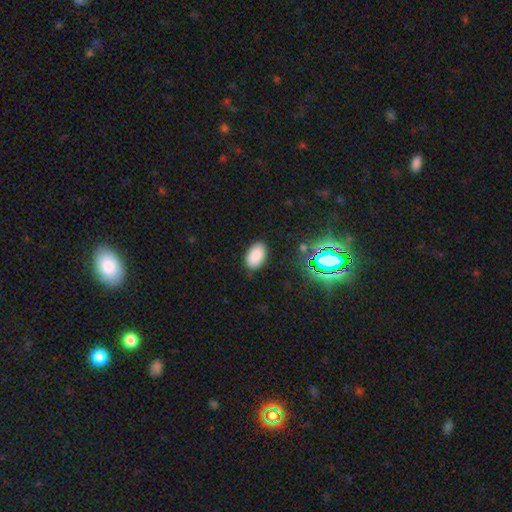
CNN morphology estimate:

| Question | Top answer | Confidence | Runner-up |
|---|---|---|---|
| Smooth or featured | smooth | 85% | star or artifact (11%) |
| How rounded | in between | 93% | round (6%) |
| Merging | none | 86% | minor disturbance (10%) |